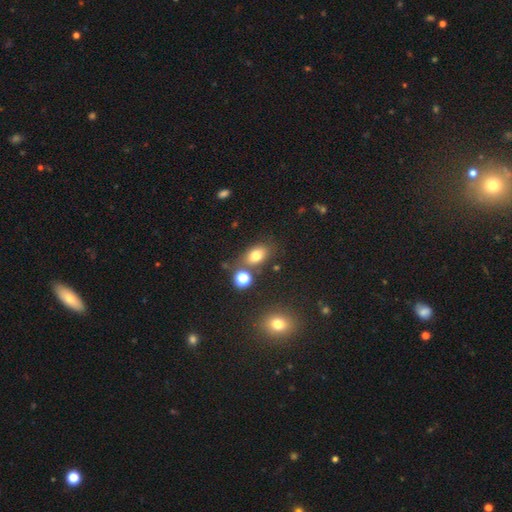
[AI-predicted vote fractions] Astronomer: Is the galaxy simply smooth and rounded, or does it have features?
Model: smooth — 76%.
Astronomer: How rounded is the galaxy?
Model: in between — 77%.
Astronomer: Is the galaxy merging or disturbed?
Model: none — 69%.